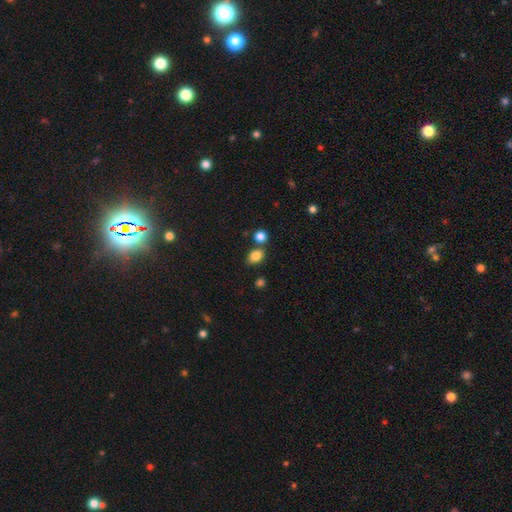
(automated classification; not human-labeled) smooth-or-featured: smooth: 84% | star or artifact: 10% | featured or disk: 6%
  how-rounded: in between: 75% | round: 24% | cigar-shaped: 1%
  merging: none: 69% | merger: 16% | minor disturbance: 12% | major disturbance: 3%